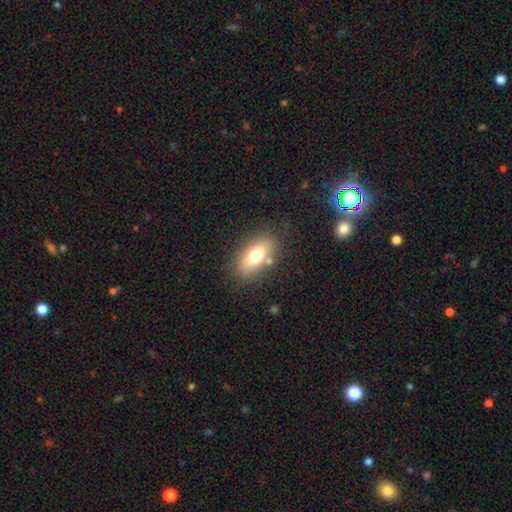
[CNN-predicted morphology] This appears to be a smooth galaxy with no disk features (71%) that is in between round and cigar-shaped (85%). Merging: none (77%).